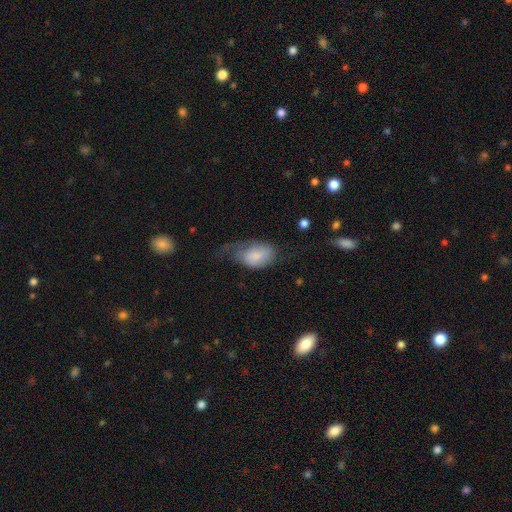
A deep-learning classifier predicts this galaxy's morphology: Overall: smooth (69%). How rounded: in between (89%). Merging: major disturbance (40%; minor disturbance 32%).